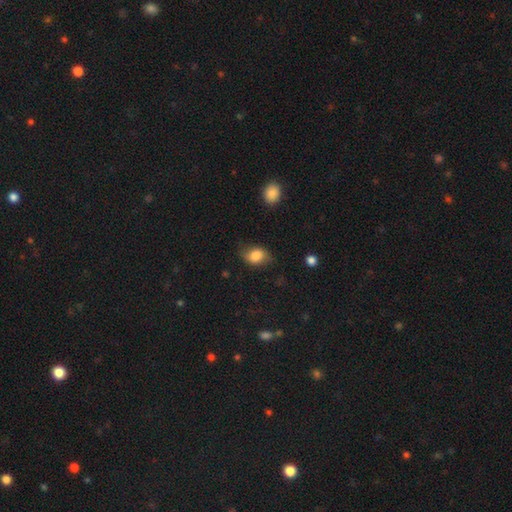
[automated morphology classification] smooth_or_featured: smooth (p=0.74) [alt: featured or disk p=0.17]
how_rounded: in between (p=0.71) [alt: round p=0.27]
merging: none (p=0.66) [alt: minor disturbance p=0.25]